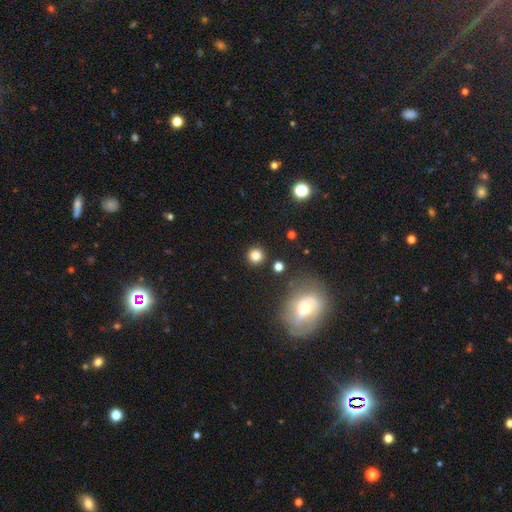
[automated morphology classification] smooth_or_featured: smooth (p=0.81) [alt: star or artifact p=0.14]
how_rounded: round (p=0.92) [alt: in between p=0.07]
merging: none (p=0.88) [alt: minor disturbance p=0.06]